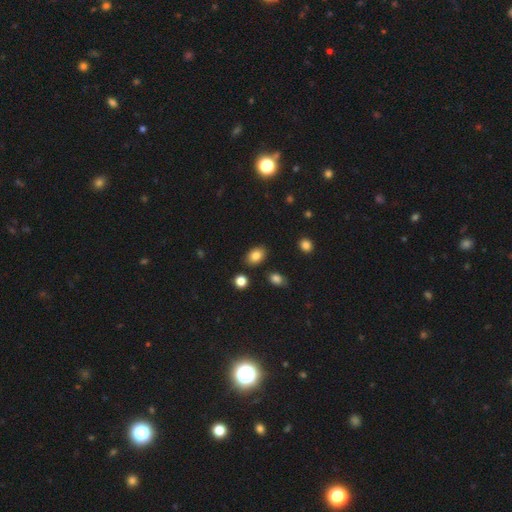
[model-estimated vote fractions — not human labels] Q: Smooth or featured?
A: smooth (84%); runner-up: star or artifact (9%)
Q: How rounded?
A: in between (80%); runner-up: round (19%)
Q: Merging?
A: none (85%); runner-up: minor disturbance (10%)